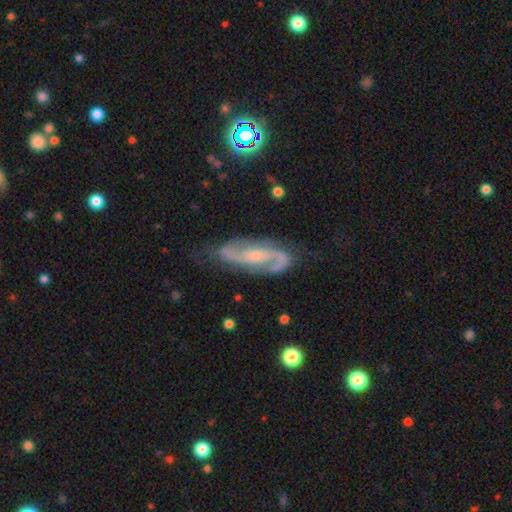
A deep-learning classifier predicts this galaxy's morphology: featured or disk 89%, smooth 6%, star or artifact 5%. Down the decision tree: edge-on disk — no (94%); bar — weak (42%); spiral arms — yes (98%); spiral arm count — 2 (92%); spiral winding — medium (55%); bulge size — small (53%); merging — none (75%).